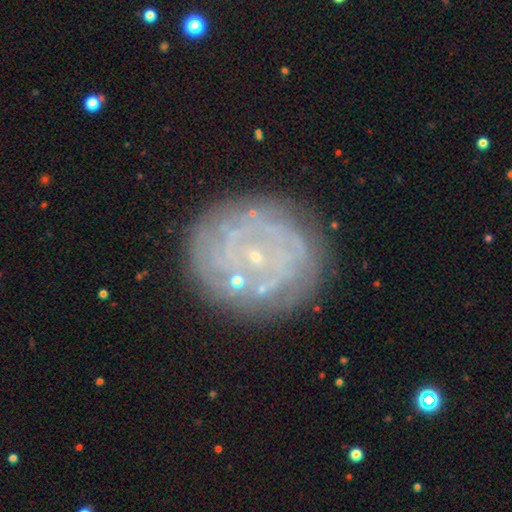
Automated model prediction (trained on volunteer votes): A featured or disk galaxy (73%) with no bar (80%), tight (78%) spiral arms (80%) and a small central bulge (88%). Merging: none (79%).